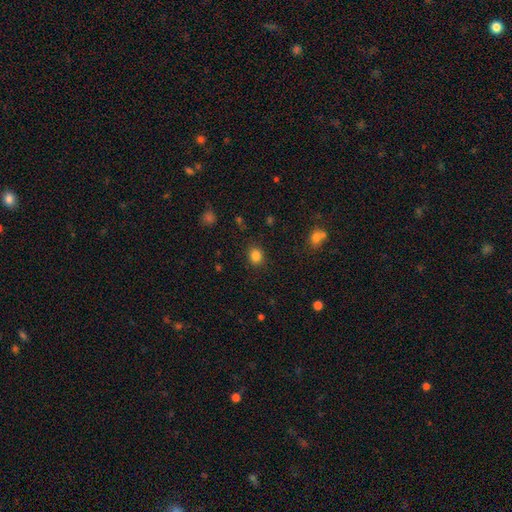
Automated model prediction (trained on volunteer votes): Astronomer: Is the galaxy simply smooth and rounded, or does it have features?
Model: smooth — 84%.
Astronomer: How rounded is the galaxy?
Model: round — 69%.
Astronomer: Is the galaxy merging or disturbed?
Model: none — 87%.